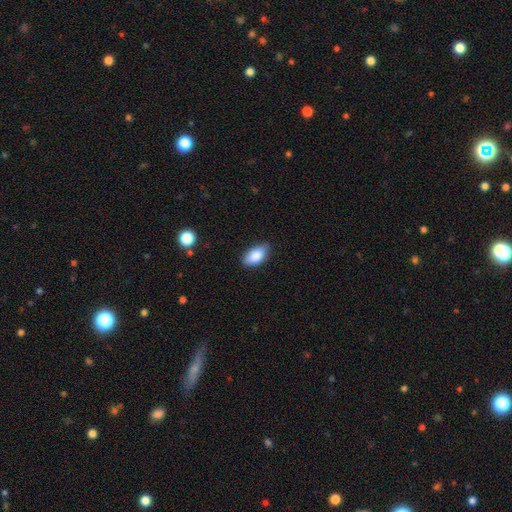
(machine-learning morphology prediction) Smooth or featured?
  - smooth: 86% *
  - featured or disk: 7%
  - star or artifact: 7%
How rounded?
  - in between: 92% *
  - round: 4%
  - cigar-shaped: 4%
Merging?
  - none: 77% *
  - minor disturbance: 19%
  - major disturbance: 3%
  - merger: 1%